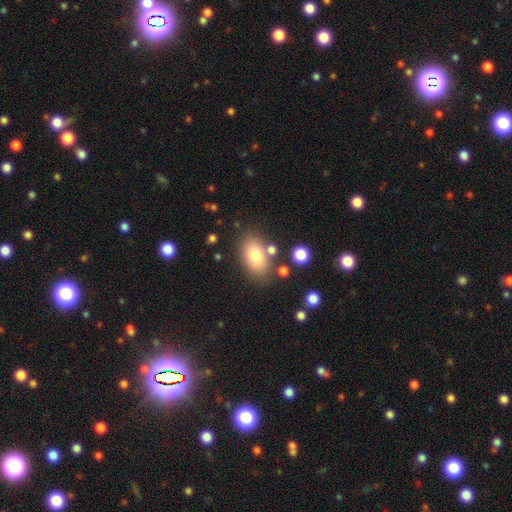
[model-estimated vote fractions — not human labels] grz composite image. It shows a smooth galaxy with no disk features (77%) that is in between round and cigar-shaped (85%). Merging: none (75%).